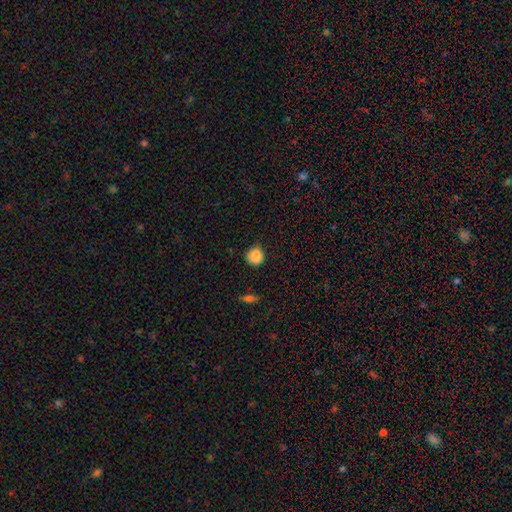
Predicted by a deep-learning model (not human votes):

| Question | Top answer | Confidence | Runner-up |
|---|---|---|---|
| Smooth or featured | smooth | 84% | star or artifact (9%) |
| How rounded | round | 88% | in between (11%) |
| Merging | none | 76% | minor disturbance (20%) |